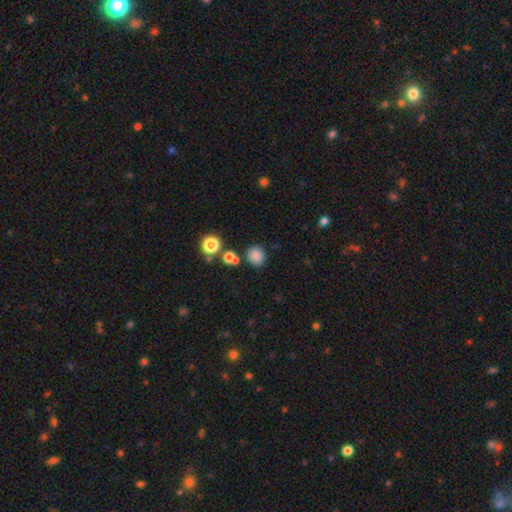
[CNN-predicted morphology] Overall: smooth (82%). How rounded: round (81%). Merging: none (79%).